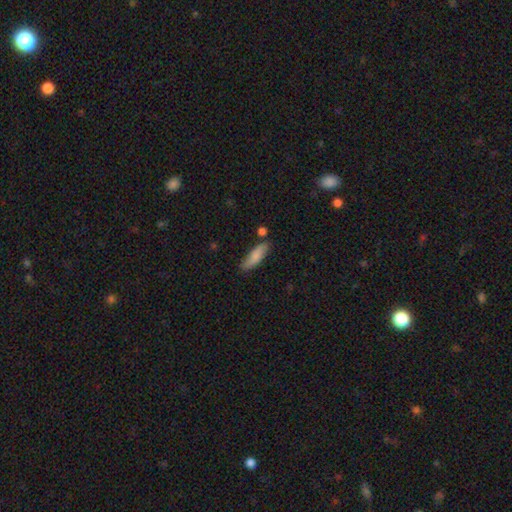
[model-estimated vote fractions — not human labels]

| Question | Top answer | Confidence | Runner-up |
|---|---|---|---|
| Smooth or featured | smooth | 81% | featured or disk (13%) |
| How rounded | cigar-shaped | 49% | tied: in between (49%) |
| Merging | none | 74% | minor disturbance (17%) |